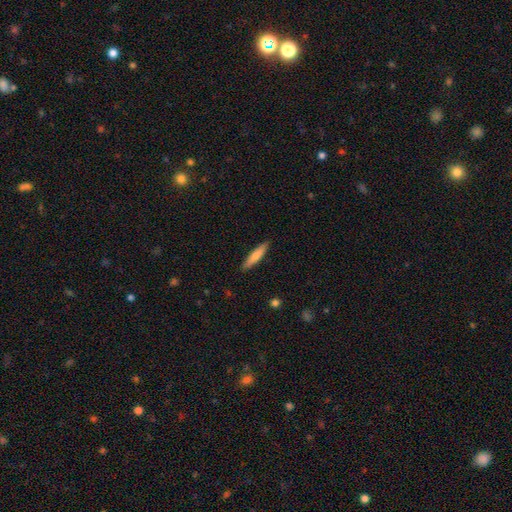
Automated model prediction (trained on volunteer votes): Q: Smooth or featured?
A: smooth (73%); runner-up: featured or disk (21%)
Q: How rounded?
A: cigar-shaped (87%); runner-up: in between (12%)
Q: Merging?
A: none (89%); runner-up: minor disturbance (8%)